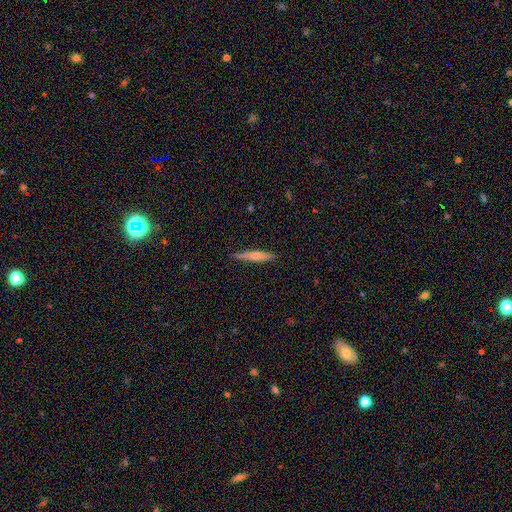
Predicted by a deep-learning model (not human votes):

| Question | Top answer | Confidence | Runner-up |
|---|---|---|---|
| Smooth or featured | smooth | 58% | featured or disk (36%) |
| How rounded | cigar-shaped | 92% | in between (6%) |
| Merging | none | 87% | minor disturbance (10%) |